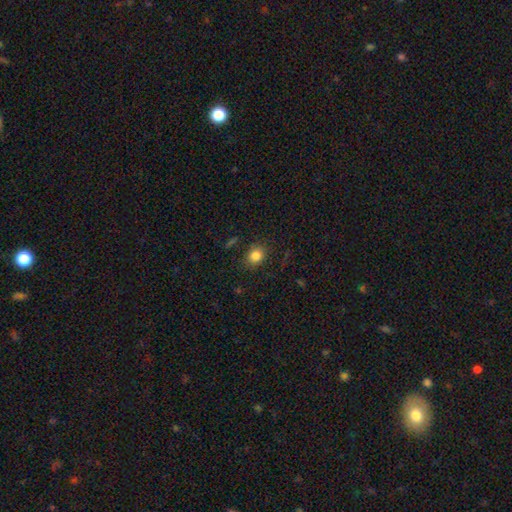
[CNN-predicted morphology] type=smooth (83%); roundness=round (57%); merging=none (83%).